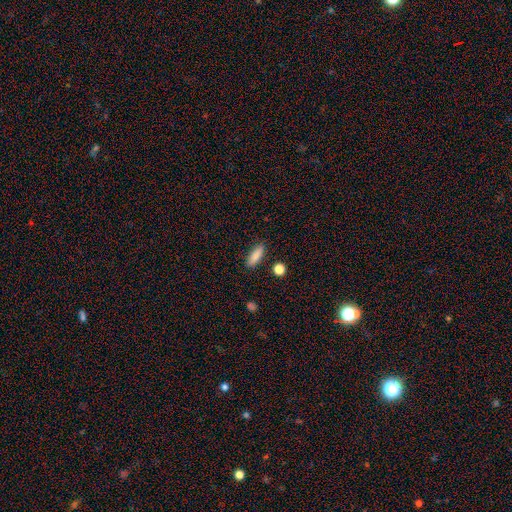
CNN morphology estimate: This is clearly a smooth galaxy (82%). How rounded: possibly in between (57%). Merging: clearly none (86%).